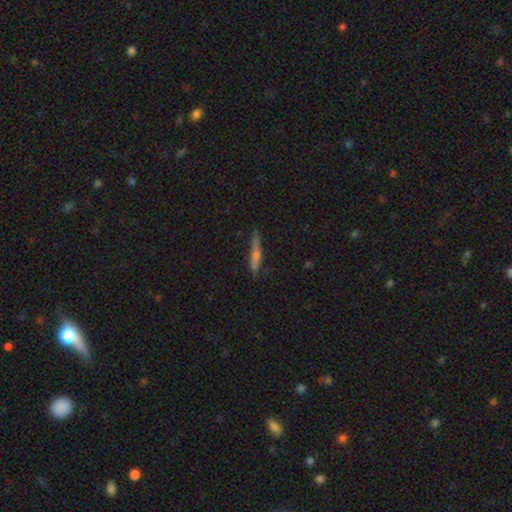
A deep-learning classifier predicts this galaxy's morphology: A smooth galaxy with no disk features (48%).

Vote fractions:
- Smooth or featured? smooth: 48% / featured or disk: 44% / star or artifact: 8%
- Merging? none: 79% / minor disturbance: 16% / major disturbance: 3% / merger: 2%